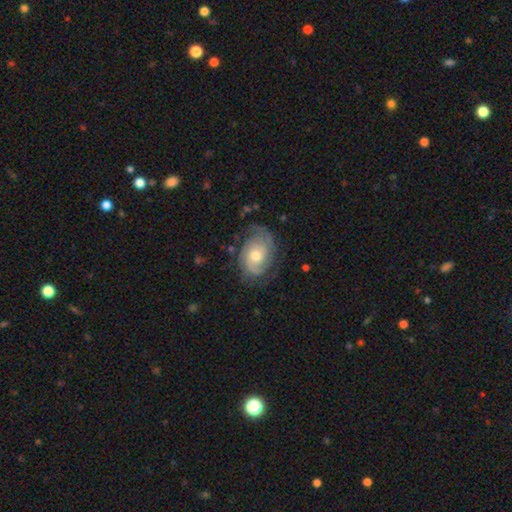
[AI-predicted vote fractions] Smooth or featured? Predicted: featured or disk (p=0.75). Edge-on disk? Predicted: no (p=0.96). Bar? Predicted: no (p=0.75). Spiral arms? Predicted: yes (p=0.91). Spiral winding? Predicted: tight (p=0.52). Spiral arm count? Predicted: 2 (p=0.57). Bulge size? Predicted: moderate (p=0.66). Merging? Predicted: none (p=0.67).